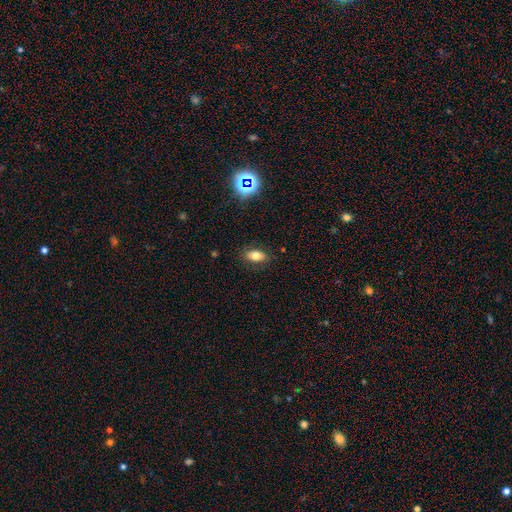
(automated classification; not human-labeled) The model was most divided on "smooth or featured": smooth: 75%, featured or disk: 14%, star or artifact: 12%. More confident: how rounded — in between (87%); merging — none (84%).